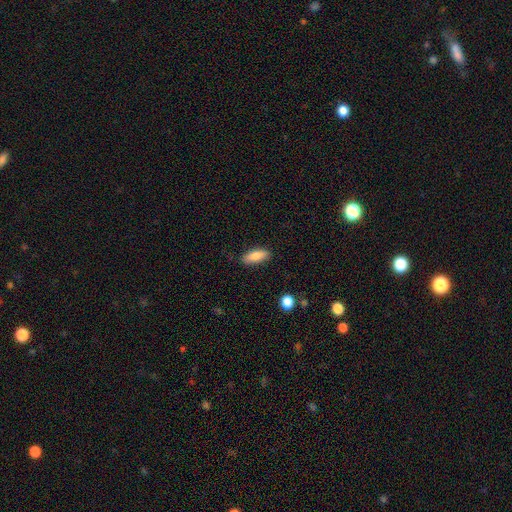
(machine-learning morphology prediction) type=smooth (82%); roundness=in between (73%); merging=none (85%).